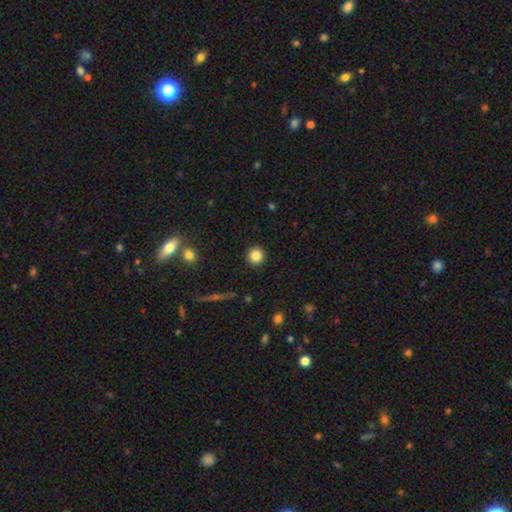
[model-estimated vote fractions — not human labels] A smooth galaxy with no disk features (84%) that is round (94%). Merging: none (92%).